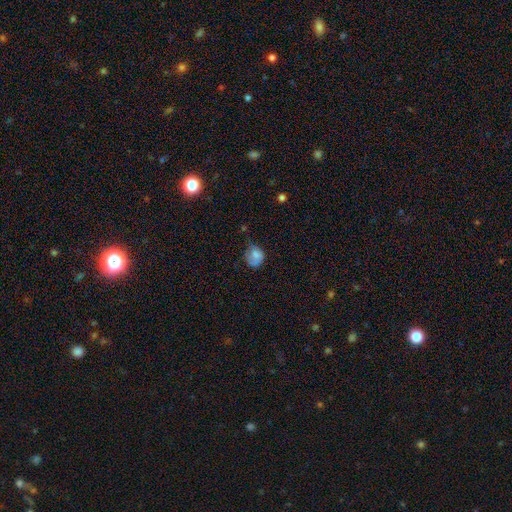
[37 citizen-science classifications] Q: Smooth or featured?
A: smooth (76%); runner-up: featured or disk (22%)
Q: How rounded?
A: round (61%); runner-up: in between (39%)
Q: Merging?
A: none (44%); runner-up: minor disturbance (39%)